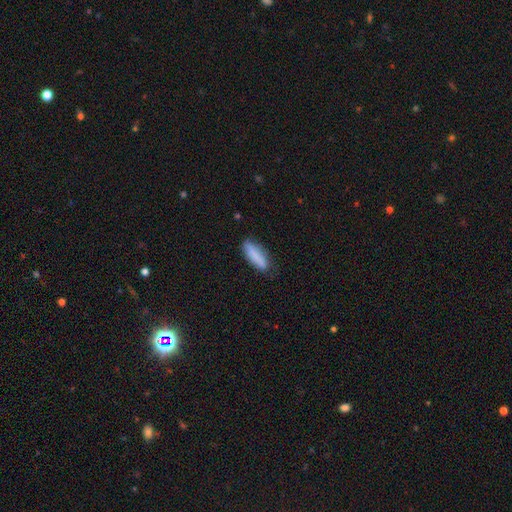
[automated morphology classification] This appears to be a smooth galaxy with no disk features (82%) that is cigar-shaped (56%). Merging: none (73%).